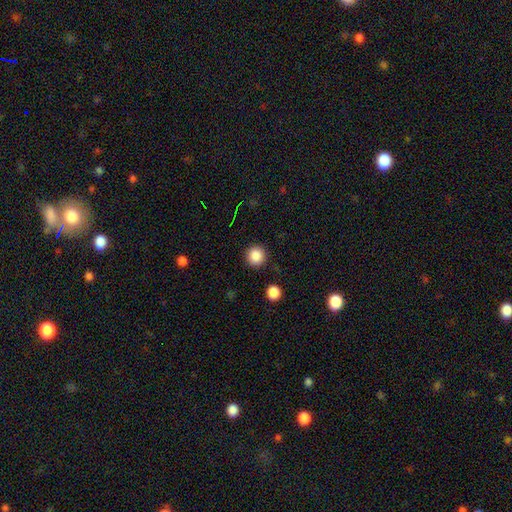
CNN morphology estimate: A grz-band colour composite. It shows a smooth galaxy with no disk features (86%) that is round (95%). Merging: none (91%).